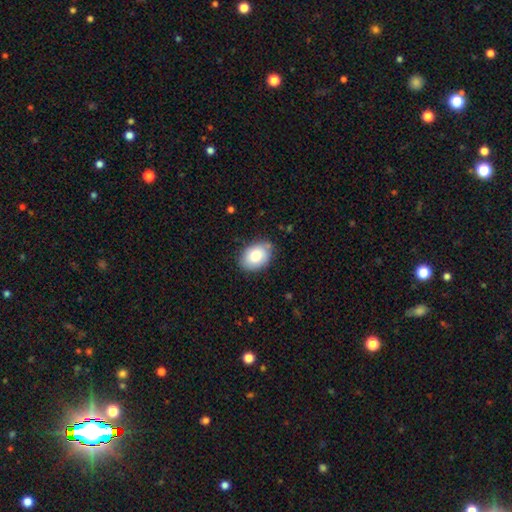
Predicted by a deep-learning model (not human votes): The model was most divided on "how rounded": in between: 79%, round: 20%, cigar-shaped: 1%. More confident: smooth or featured — smooth (82%); merging — none (79%).